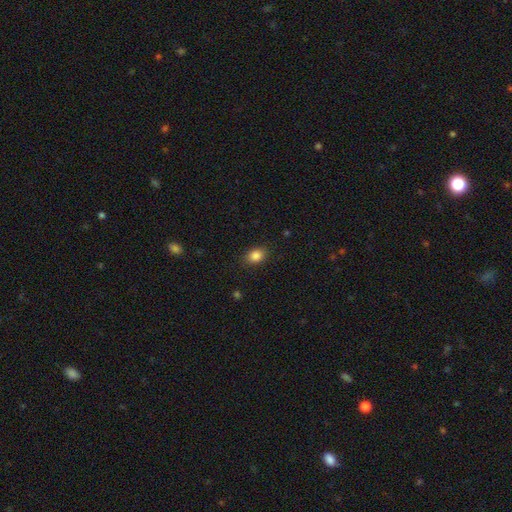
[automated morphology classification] A smooth galaxy with no disk features (86%) that is in between round and cigar-shaped (65%). Merging: none (87%).